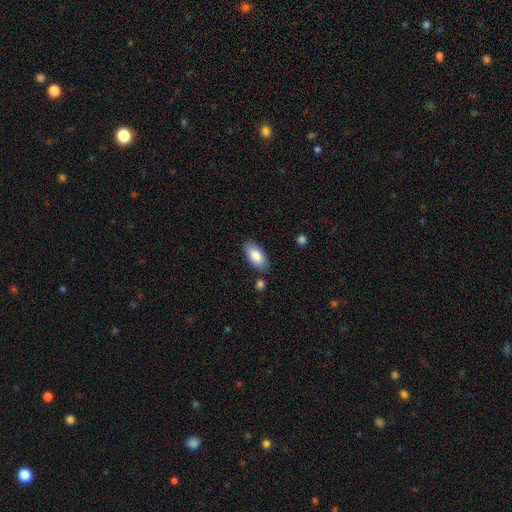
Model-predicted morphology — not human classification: Smooth or featured: smooth — 83% (featured or disk — 10%)
How rounded: in between — 93% (cigar-shaped — 4%)
Merging: none — 83% (minor disturbance — 11%)